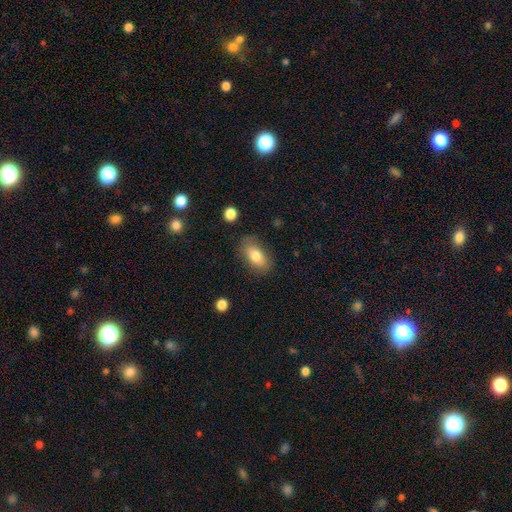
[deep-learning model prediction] Smooth or featured? Predicted: smooth (p=0.77). How rounded? Predicted: in between (p=0.88). Merging? Predicted: none (p=0.79).